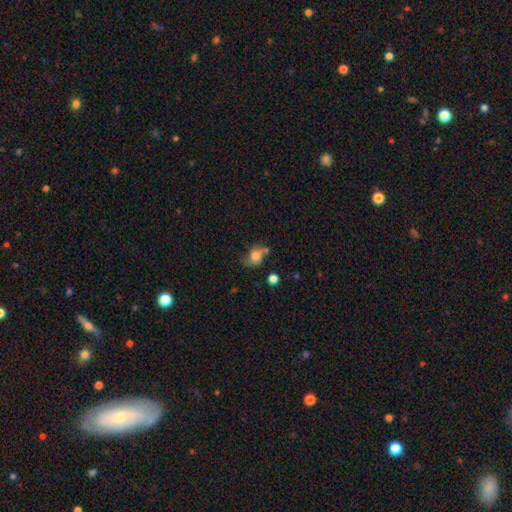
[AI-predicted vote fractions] Smooth or featured: smooth — 73% (featured or disk — 15%)
How rounded: in between — 50% (round — 49%)
Merging: none — 45% (minor disturbance — 25%)